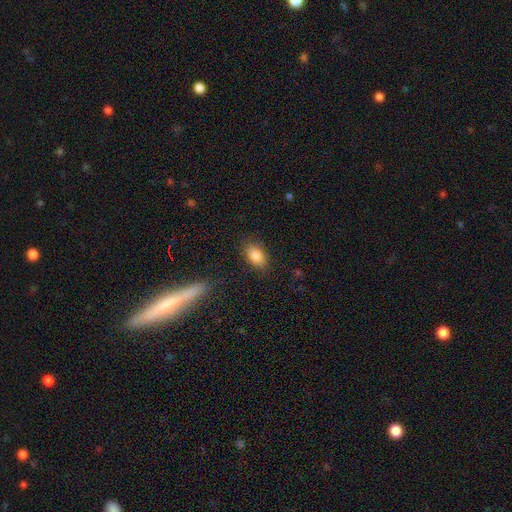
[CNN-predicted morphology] Smooth or featured? smooth (85%)
How rounded? in between (88%)
Merging? none (83%)